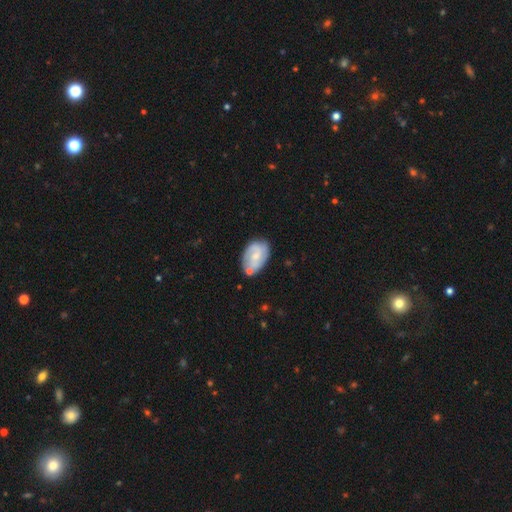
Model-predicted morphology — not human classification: A featured or disk galaxy (67%) with no bar (51%), 2 (70%) medium (44%) spiral arms (88%) and a small central bulge (55%). Merging: none (67%).